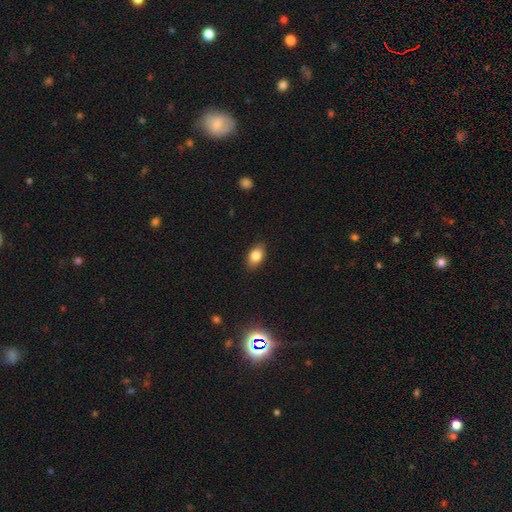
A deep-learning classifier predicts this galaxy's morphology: A smooth galaxy with no disk features (83%) that is in between round and cigar-shaped (88%).

Vote fractions:
- Smooth or featured? smooth: 83% / featured or disk: 9% / star or artifact: 8%
- How rounded? in between: 88% / round: 10% / cigar-shaped: 2%
- Merging? none: 87% / minor disturbance: 10% / major disturbance: 2% / merger: 1%